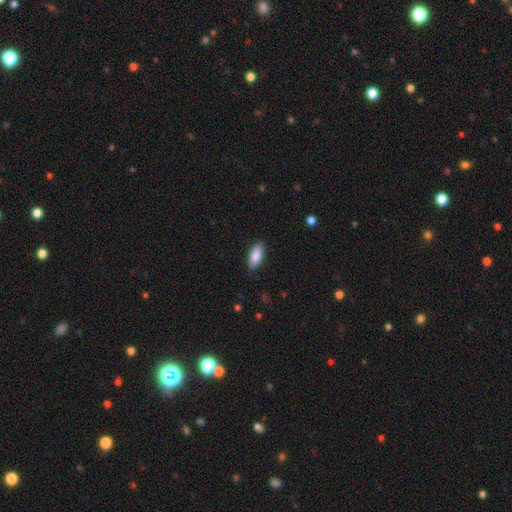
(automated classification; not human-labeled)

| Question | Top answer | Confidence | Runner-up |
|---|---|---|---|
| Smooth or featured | smooth | 85% | featured or disk (9%) |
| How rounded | in between | 80% | cigar-shaped (18%) |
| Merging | none | 87% | minor disturbance (10%) |